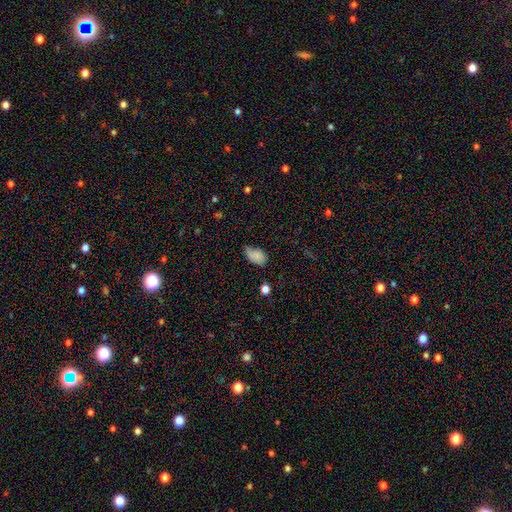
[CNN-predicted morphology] Smooth or featured: smooth — 80% (featured or disk — 10%)
How rounded: in between — 90% (round — 8%)
Merging: none — 44% (minor disturbance — 41%)